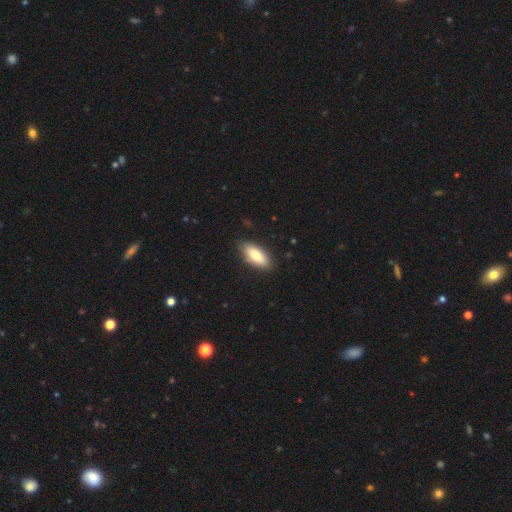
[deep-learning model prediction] The model was most divided on "smooth or featured": smooth: 79%, featured or disk: 15%, star or artifact: 6%. More confident: merging — none (85%); how rounded — in between (81%).